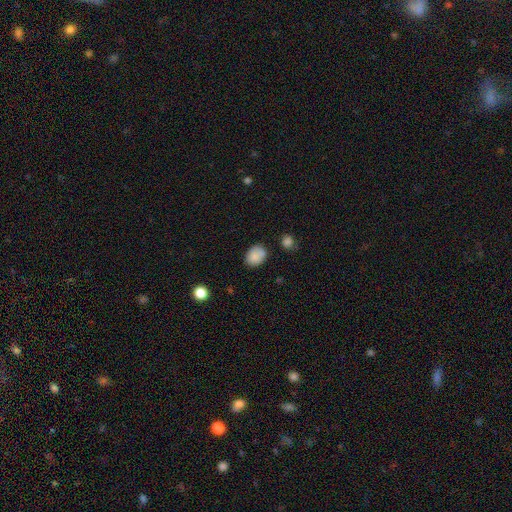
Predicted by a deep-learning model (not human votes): Smooth or featured?
  - smooth: 85% *
  - star or artifact: 9%
  - featured or disk: 6%
How rounded?
  - in between: 63% *
  - round: 36%
  - cigar-shaped: 1%
Merging?
  - none: 70% *
  - minor disturbance: 20%
  - merger: 6%
  - major disturbance: 4%